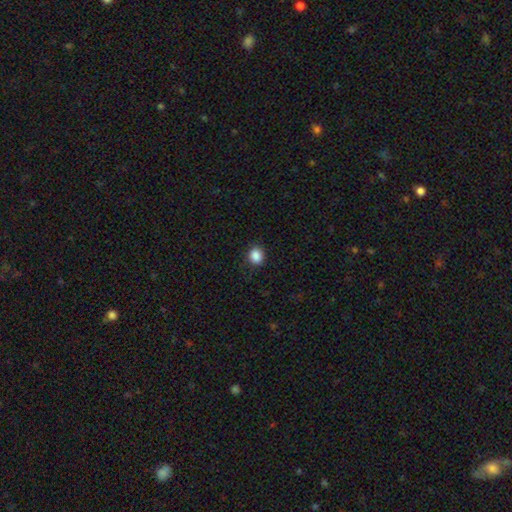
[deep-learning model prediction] A smooth galaxy with no disk features (87%) that is round (70%). Merging: none (87%).